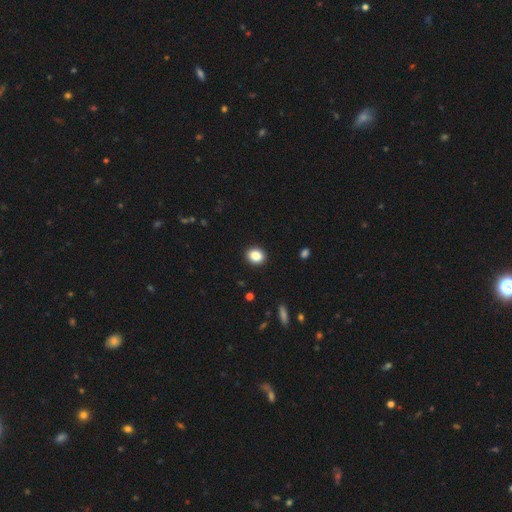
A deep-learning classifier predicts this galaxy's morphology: This appears to be a smooth galaxy with no disk features (86%) that is round (56%). Merging: none (91%).